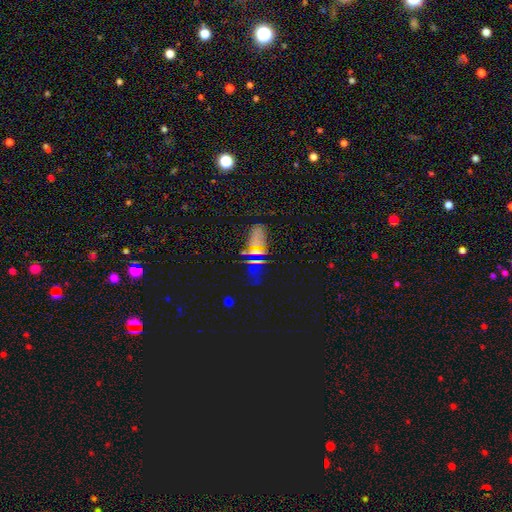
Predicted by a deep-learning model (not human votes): Smooth or featured? star or artifact (52%)